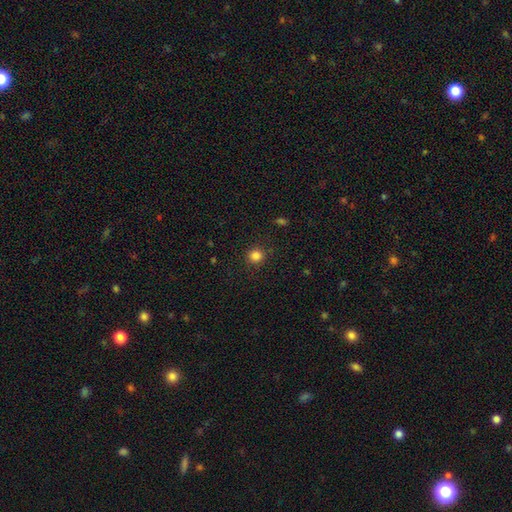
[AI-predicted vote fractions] Q: Smooth or featured?
A: smooth (84%); runner-up: star or artifact (12%)
Q: How rounded?
A: round (92%); runner-up: in between (7%)
Q: Merging?
A: none (88%); runner-up: minor disturbance (8%)